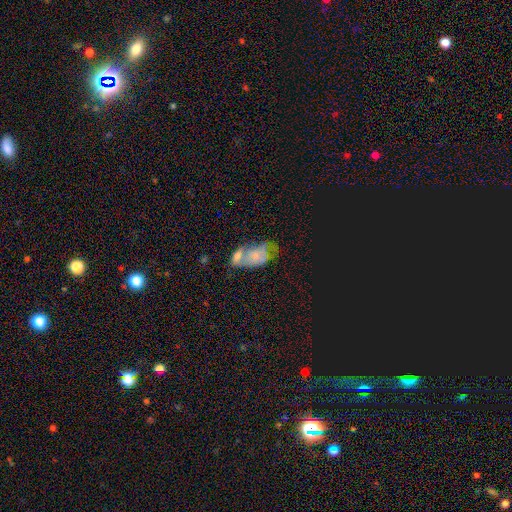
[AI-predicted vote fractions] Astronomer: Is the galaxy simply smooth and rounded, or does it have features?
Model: featured or disk — 46% (runner-up: smooth, 38%).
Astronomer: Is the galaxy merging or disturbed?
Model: merger — 46% (runner-up: none, 22%).